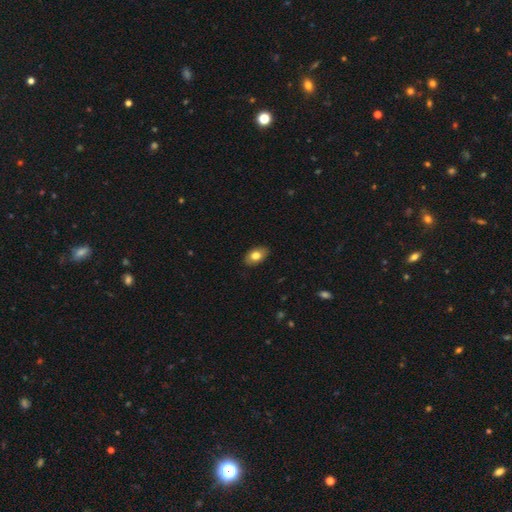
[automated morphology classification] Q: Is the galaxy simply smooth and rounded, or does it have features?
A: smooth — 78%.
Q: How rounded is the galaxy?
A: in between — 89%.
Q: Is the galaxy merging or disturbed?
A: none — 86%.